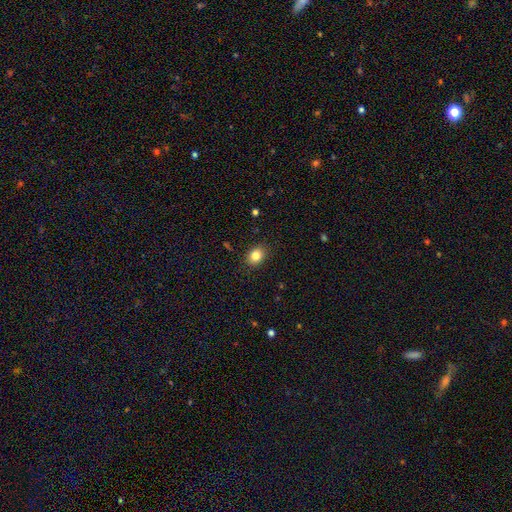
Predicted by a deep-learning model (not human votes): The model was most divided on "how rounded": in between: 64%, round: 35%, cigar-shaped: 1%. More confident: merging — none (87%); smooth or featured — smooth (84%).